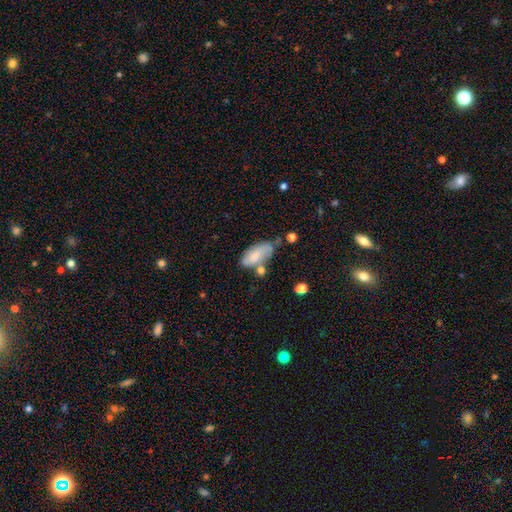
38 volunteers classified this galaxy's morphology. Volunteers were most divided on "merging": minor disturbance: 41%, none: 32%, major disturbance: 19%, merger: 8%. More confident: how rounded — in between (96%); smooth or featured — smooth (71%).